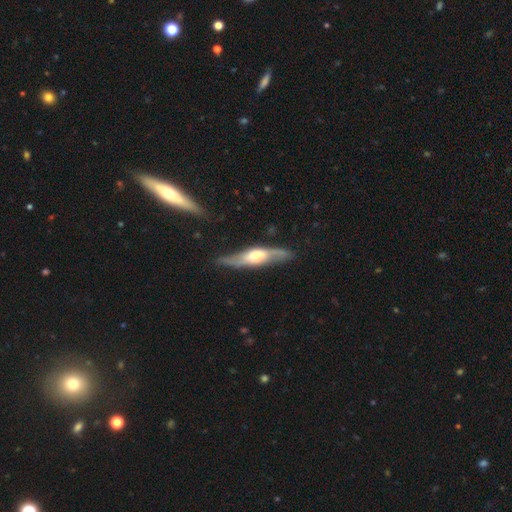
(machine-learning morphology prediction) Q: Smooth or featured?
A: featured or disk (68%); runner-up: smooth (27%)
Q: Edge-on disk?
A: yes (68%); runner-up: no (32%)
Q: Merging?
A: none (78%); runner-up: minor disturbance (16%)